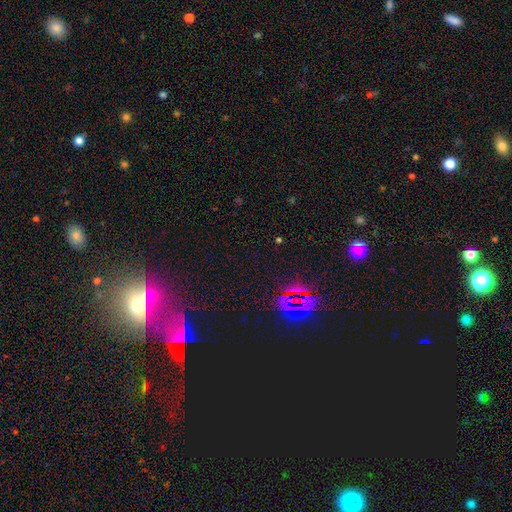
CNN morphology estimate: type=star or artifact (73%).